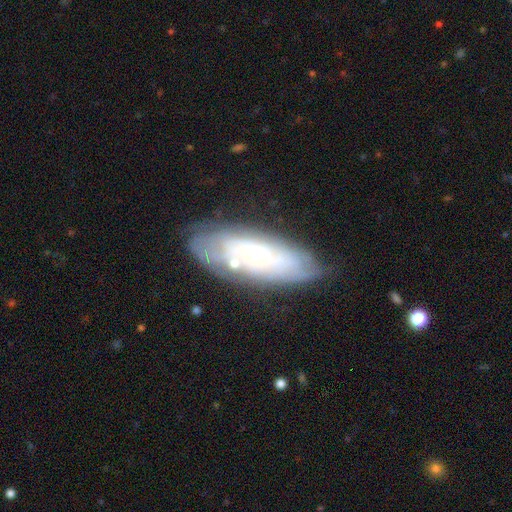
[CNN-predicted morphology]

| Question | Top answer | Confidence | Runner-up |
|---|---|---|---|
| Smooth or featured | featured or disk | 70% | smooth (23%) |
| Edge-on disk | no | 85% | yes (15%) |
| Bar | no | 81% | weak (15%) |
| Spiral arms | yes | 69% | no (31%) |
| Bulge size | small | 61% | moderate (34%) |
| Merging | none | 72% | minor disturbance (18%) |